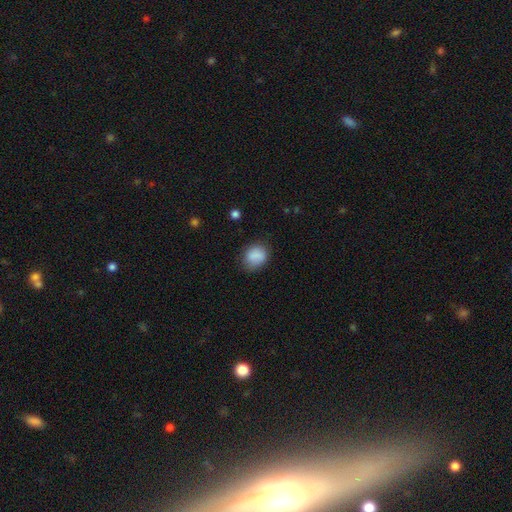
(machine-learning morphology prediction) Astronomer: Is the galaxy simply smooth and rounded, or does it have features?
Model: smooth — 85%.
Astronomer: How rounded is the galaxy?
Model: in between — 50% (runner-up: round, 49%).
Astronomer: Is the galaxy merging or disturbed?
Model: none — 72%.